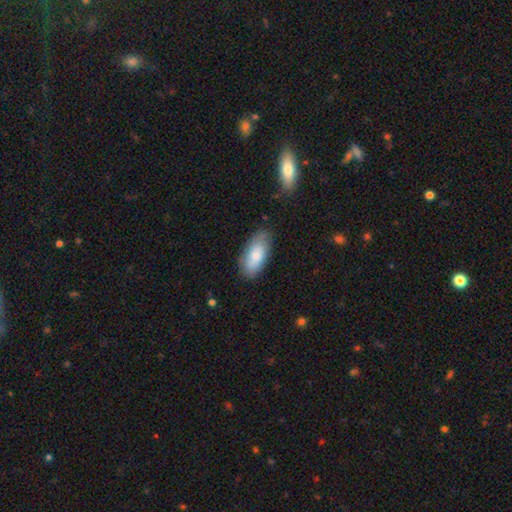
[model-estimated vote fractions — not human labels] Q: Smooth or featured?
A: smooth (78%); runner-up: featured or disk (16%)
Q: How rounded?
A: in between (89%); runner-up: cigar-shaped (9%)
Q: Merging?
A: none (77%); runner-up: minor disturbance (18%)